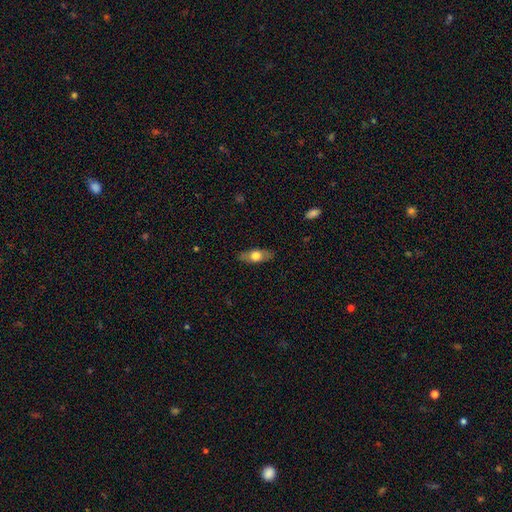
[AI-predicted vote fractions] Morphology: type=smooth (61%); roundness=in between (74%); merging=none (85%).